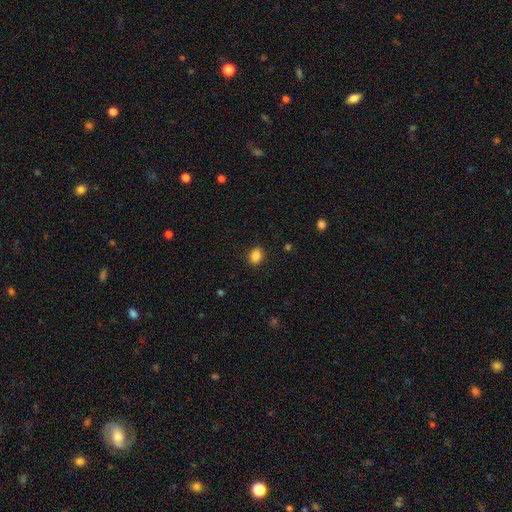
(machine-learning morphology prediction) This is clearly a smooth galaxy (87%). How rounded: likely in between (63%). Merging: clearly none (88%).